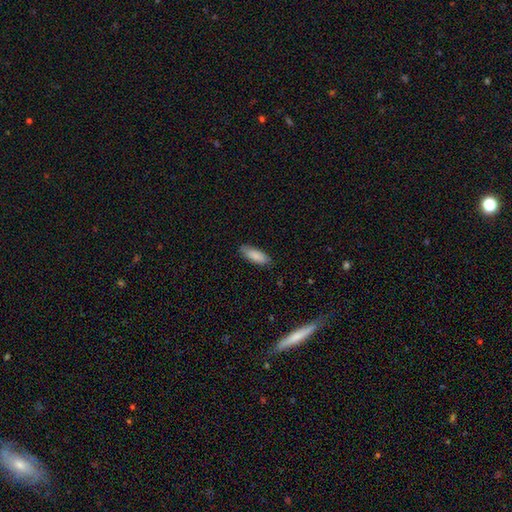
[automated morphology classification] Smooth or featured? smooth (87%)
How rounded? in between (69%)
Merging? none (84%)